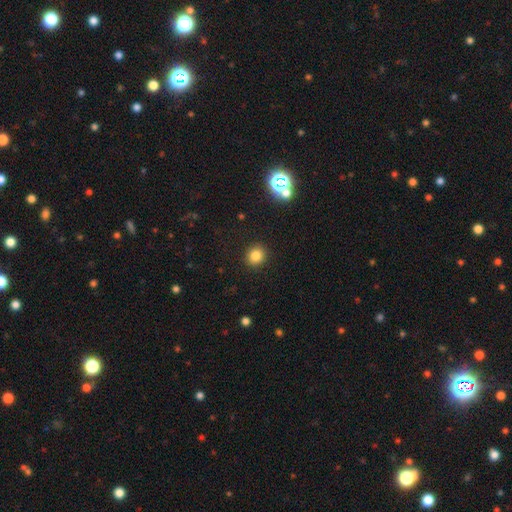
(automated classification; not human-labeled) Smooth or featured? smooth (82%)
How rounded? round (88%)
Merging? none (91%)